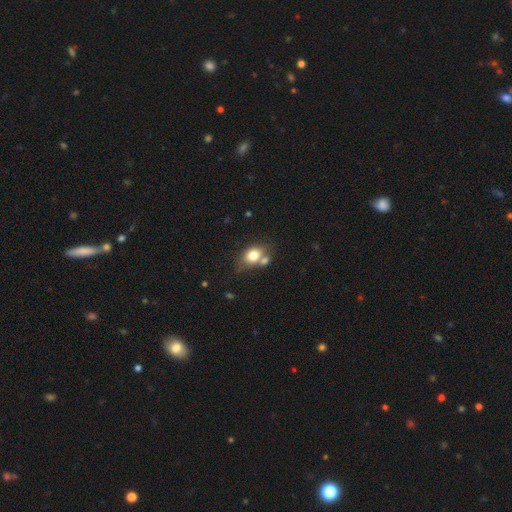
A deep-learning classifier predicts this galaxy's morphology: type=smooth (76%); roundness=in between (58%); merging=none (49%).